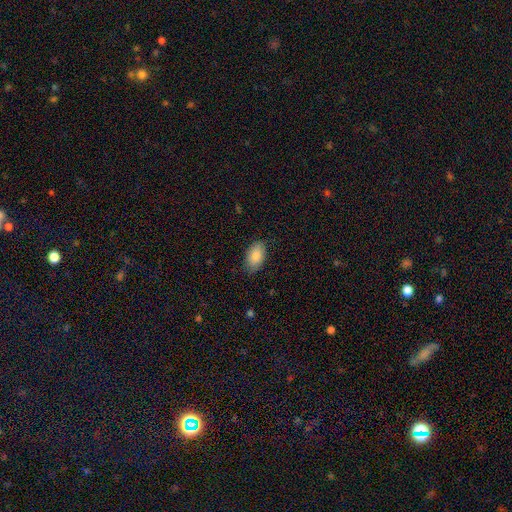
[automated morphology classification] Smooth or featured? Predicted: smooth (p=0.84). How rounded? Predicted: in between (p=0.94). Merging? Predicted: none (p=0.81).